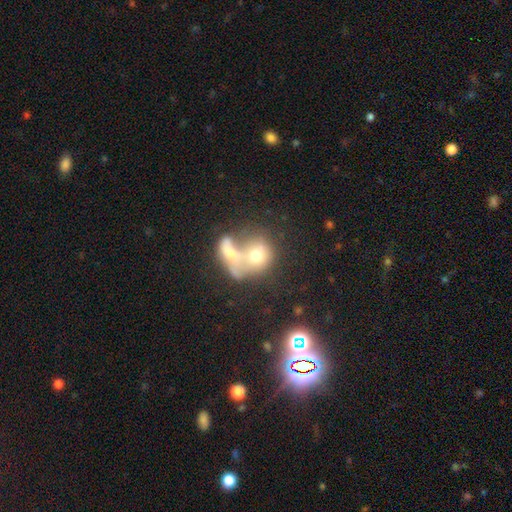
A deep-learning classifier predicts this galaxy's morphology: Smooth or featured: smooth — 57% (featured or disk — 32%)
How rounded: round — 55% (in between — 43%)
Merging: merger — 71% (none — 12%)